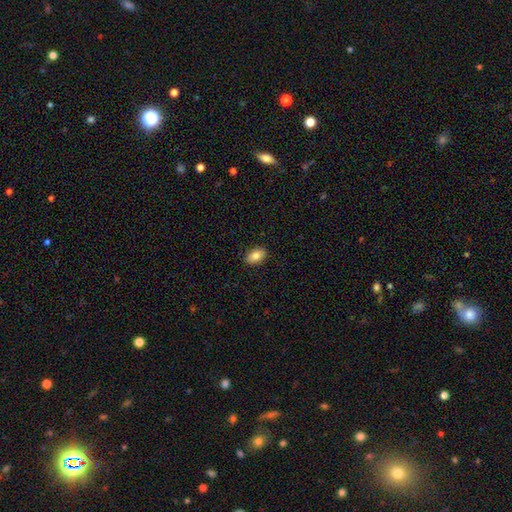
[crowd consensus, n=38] Volunteers were most divided on "merging": none: 83%, minor disturbance: 14%, major disturbance: 3%, merger: 0%. More confident: how rounded — in between (97%); smooth or featured — smooth (82%).